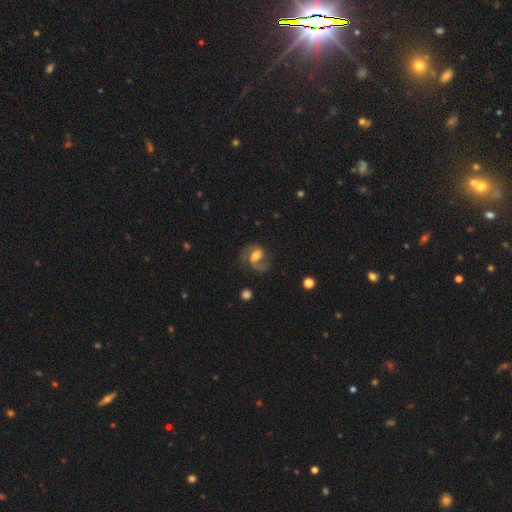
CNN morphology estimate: Smooth or featured? featured or disk (78%)
Edge-on disk? no (97%)
Bar? weak (49%)
Spiral arms? yes (93%)
Spiral winding? medium (52%)
Spiral arm count? 2 (79%)
Bulge size? moderate (60%)
Merging? none (63%)